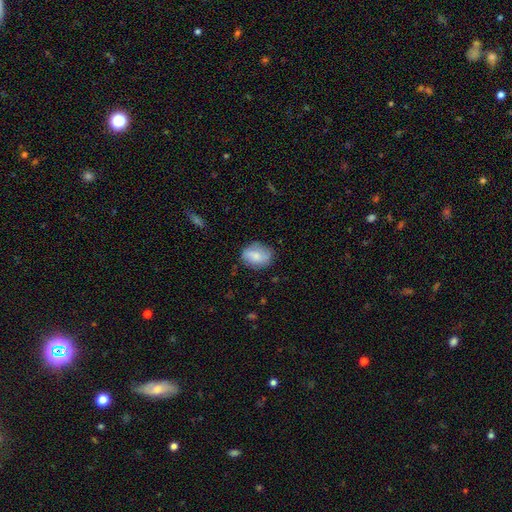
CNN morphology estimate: Smooth or featured? Predicted: smooth (p=0.69). How rounded? Predicted: in between (p=0.59). Merging? Predicted: none (p=0.72).